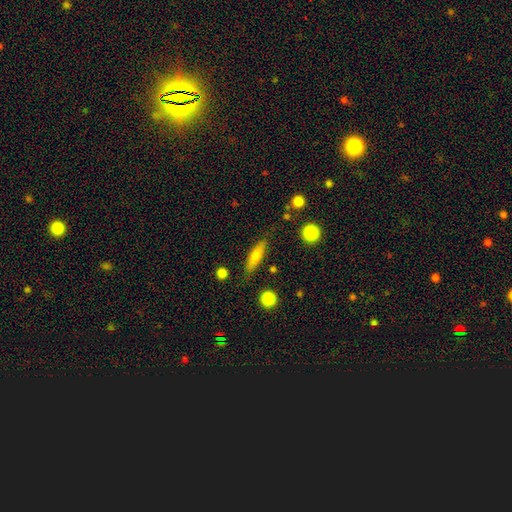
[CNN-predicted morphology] Smooth or featured?
  - smooth: 67% *
  - featured or disk: 26%
  - star or artifact: 7%
How rounded?
  - cigar-shaped: 71% *
  - in between: 26%
  - round: 3%
Merging?
  - none: 82% *
  - minor disturbance: 12%
  - major disturbance: 3%
  - merger: 3%